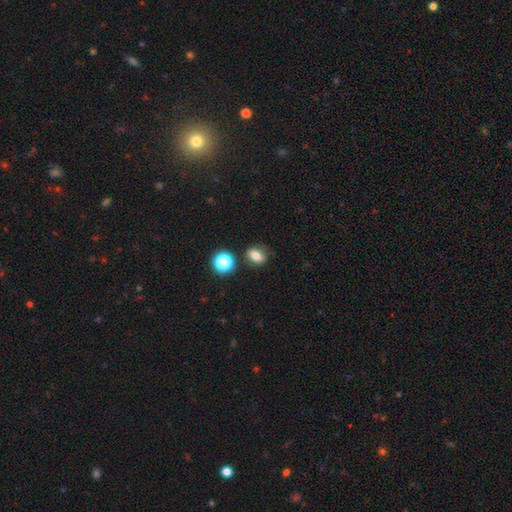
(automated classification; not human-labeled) A smooth galaxy with no disk features (75%) that is in between round and cigar-shaped (65%).

Vote fractions:
- Smooth or featured? smooth: 75% / star or artifact: 14% / featured or disk: 12%
- How rounded? in between: 65% / round: 33% / cigar-shaped: 2%
- Merging? none: 75% / minor disturbance: 14% / merger: 6% / major disturbance: 4%